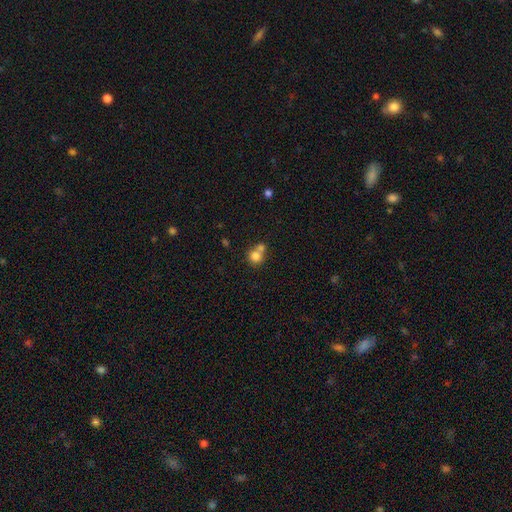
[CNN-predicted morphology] smooth_or_featured: smooth (p=0.78) [alt: featured or disk p=0.11]
how_rounded: round (p=0.86) [alt: in between p=0.13]
merging: merger (p=0.49) [alt: none p=0.41]